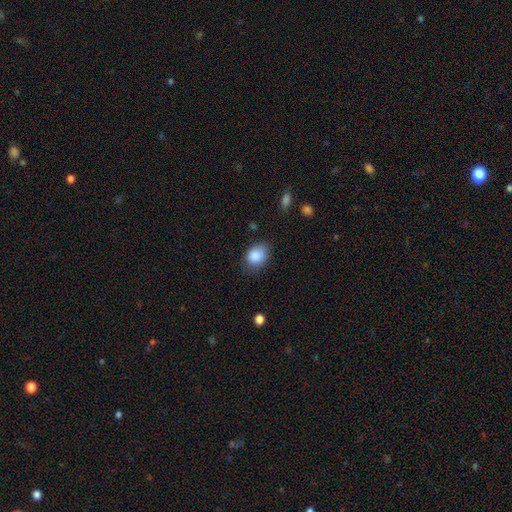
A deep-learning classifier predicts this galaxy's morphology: Q: Smooth or featured?
A: smooth (87%); runner-up: star or artifact (8%)
Q: How rounded?
A: in between (67%); runner-up: round (32%)
Q: Merging?
A: none (68%); runner-up: minor disturbance (24%)